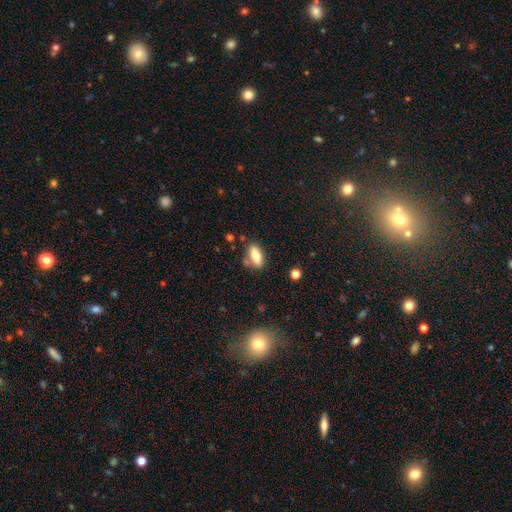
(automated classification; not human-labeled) A smooth galaxy with no disk features (74%) that is in between round and cigar-shaped (82%).

Vote fractions:
- Smooth or featured? smooth: 74% / featured or disk: 19% / star or artifact: 7%
- How rounded? in between: 82% / cigar-shaped: 14% / round: 4%
- Merging? none: 75% / minor disturbance: 15% / merger: 7% / major disturbance: 4%